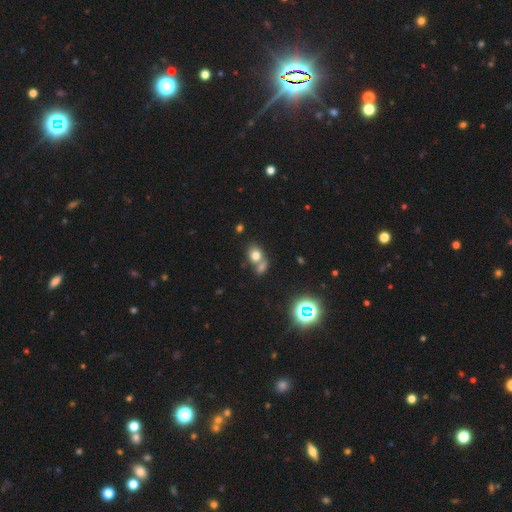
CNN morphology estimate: smooth 72%, star or artifact 16%, featured or disk 12%. Down the decision tree: how rounded — round (55%); merging — merger (44%).